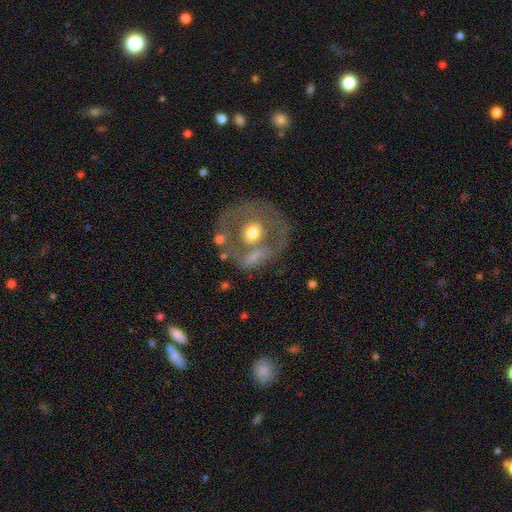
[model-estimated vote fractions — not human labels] This appears to be a featured or disk galaxy (56%) with no bar (81%), no spiral arms (86%) and a moderate central bulge (72%). Merging: none (62%).